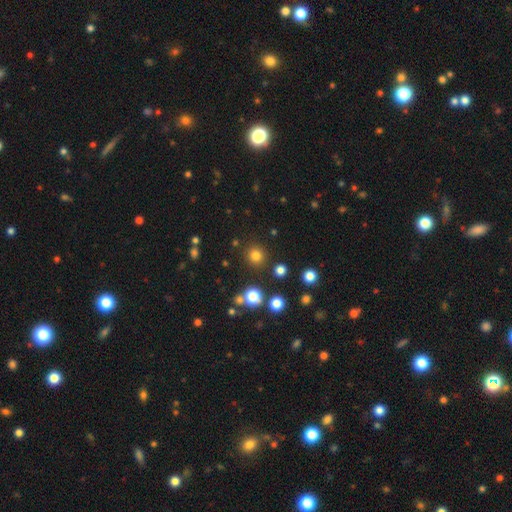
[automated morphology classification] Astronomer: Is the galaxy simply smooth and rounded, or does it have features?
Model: smooth — 78%.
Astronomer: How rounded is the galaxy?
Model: round — 93%.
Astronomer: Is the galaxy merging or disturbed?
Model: none — 88%.